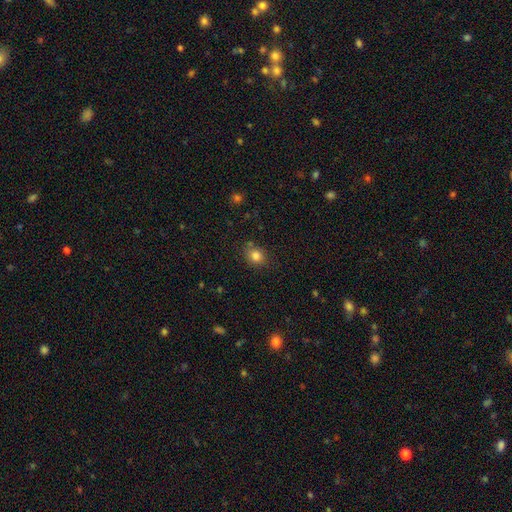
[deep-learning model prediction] Smooth or featured? smooth (82%)
How rounded? round (69%)
Merging? none (77%)